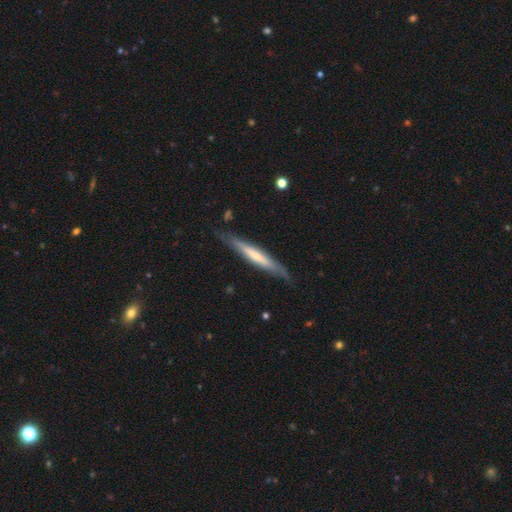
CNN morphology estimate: A smooth galaxy with no disk features (49%). Merging: none (79%).